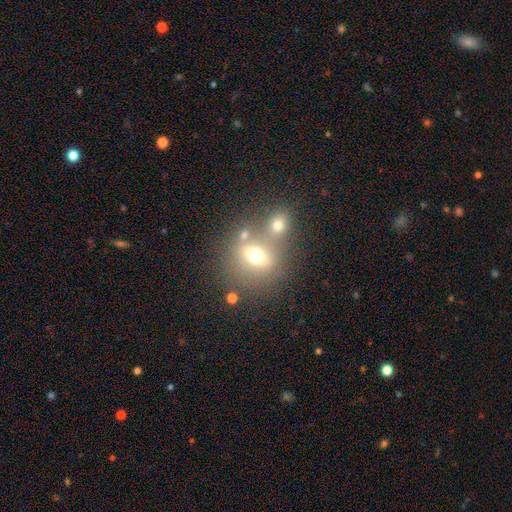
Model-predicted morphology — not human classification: This is likely a smooth galaxy (63%). How rounded: possibly round (59%). Merging: marginally none (44%).